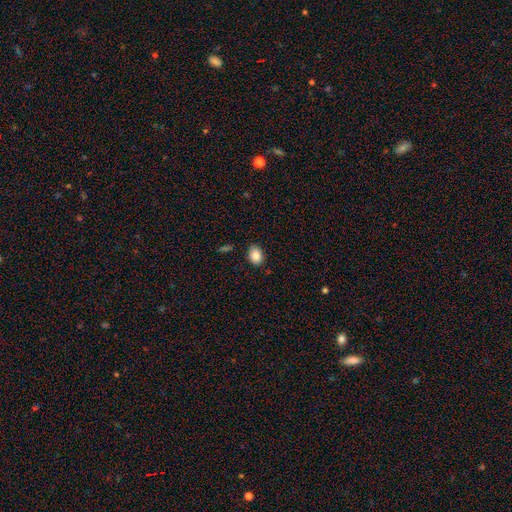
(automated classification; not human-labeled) Smooth or featured? smooth (86%)
How rounded? in between (64%)
Merging? none (82%)